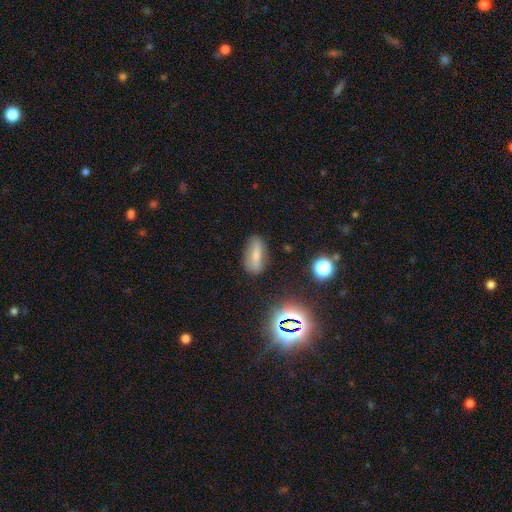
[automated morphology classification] This appears to be a smooth galaxy with no disk features (64%) that is in between round and cigar-shaped (73%). Merging: none (78%).